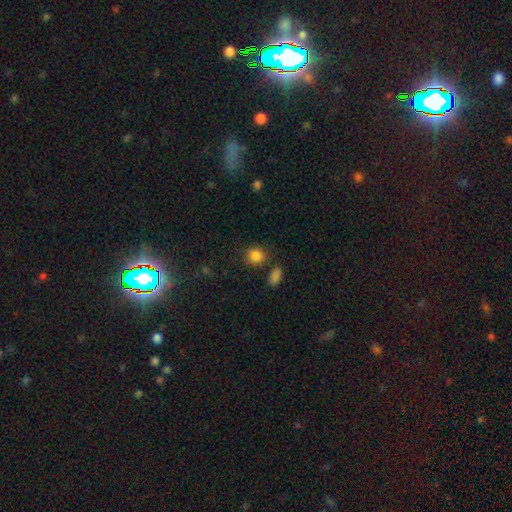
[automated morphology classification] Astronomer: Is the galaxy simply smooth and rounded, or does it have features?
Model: smooth — 85%.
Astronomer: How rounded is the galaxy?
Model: round — 78%.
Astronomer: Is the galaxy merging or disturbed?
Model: none — 75%.